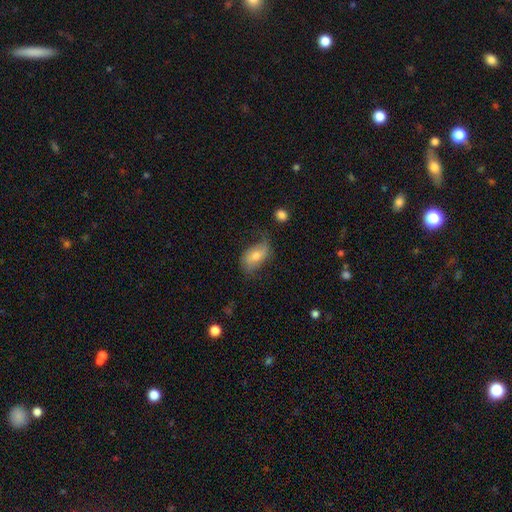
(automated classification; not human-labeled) This appears to be a smooth galaxy with no disk features (52%) that is in between round and cigar-shaped (90%). Merging: none (54%).